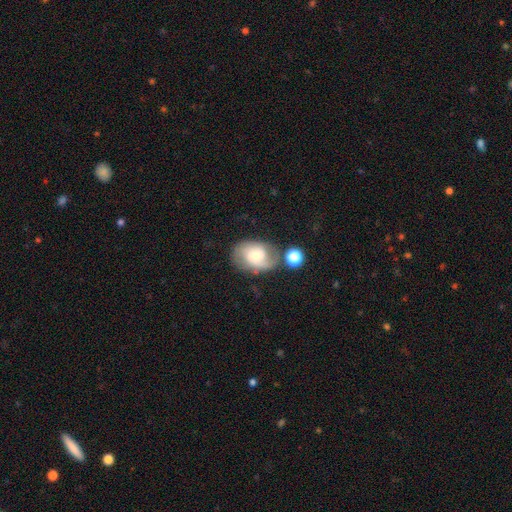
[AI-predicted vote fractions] Smooth or featured: featured or disk — 54% (smooth — 37%)
Edge-on disk: no — 96% (yes — 4%)
Bar: no — 60% (weak — 33%)
Spiral arms: yes — 85% (no — 15%)
Bulge size: moderate — 47% (small — 37%)
Merging: none — 58% (minor disturbance — 22%)